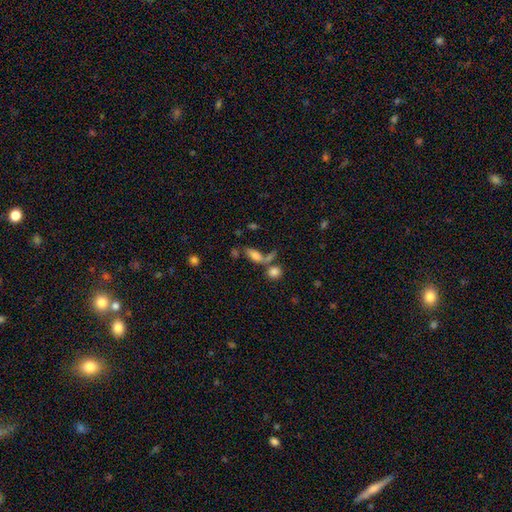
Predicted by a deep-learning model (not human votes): A smooth galaxy with no disk features (62%) that is in between round and cigar-shaped (71%). Merging: none (45%).